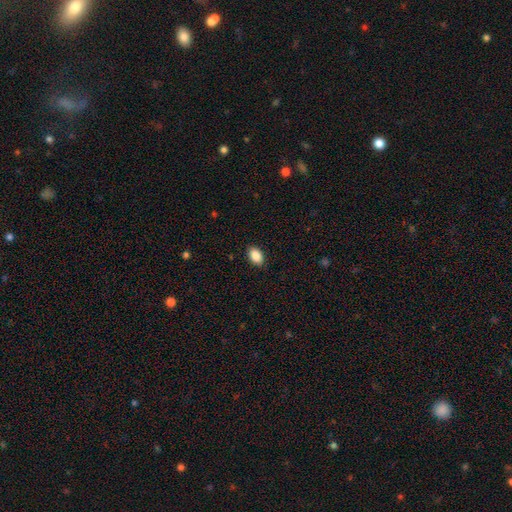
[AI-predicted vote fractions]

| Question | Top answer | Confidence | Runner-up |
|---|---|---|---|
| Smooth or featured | smooth | 88% | star or artifact (8%) |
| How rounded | in between | 87% | round (11%) |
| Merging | none | 90% | minor disturbance (8%) |